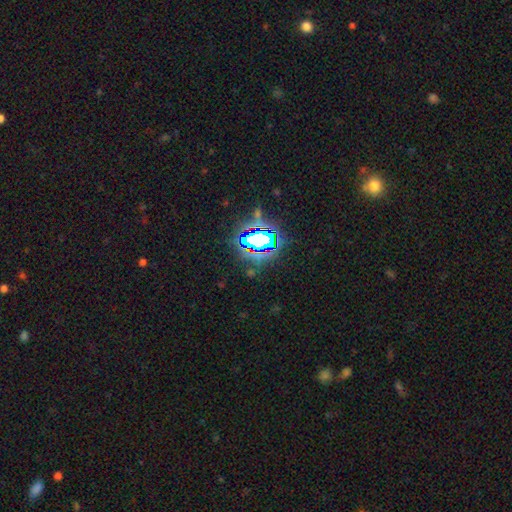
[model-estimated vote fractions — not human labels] Morphology: type=star or artifact (82%).